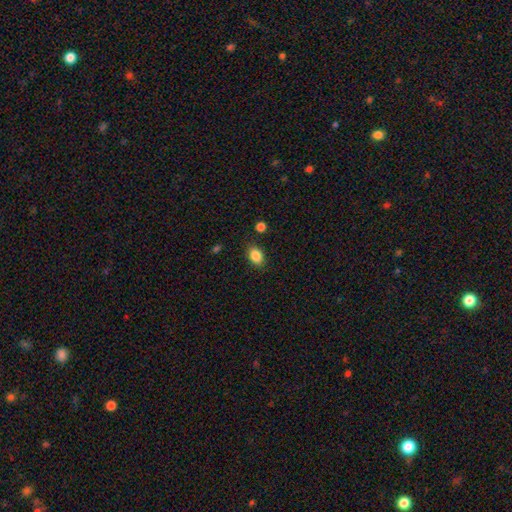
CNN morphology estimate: Overall: smooth (86%). How rounded: in between (75%). Merging: none (85%).